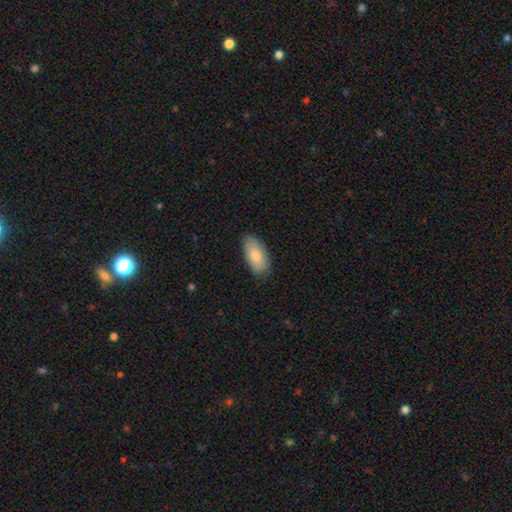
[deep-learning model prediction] Smooth or featured? smooth (80%)
How rounded? in between (93%)
Merging? none (83%)